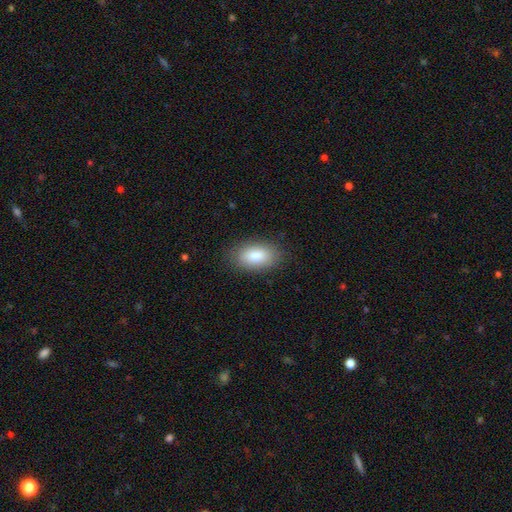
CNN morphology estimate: smooth-or-featured: smooth: 85% | featured or disk: 9% | star or artifact: 7%
  how-rounded: in between: 93% | round: 5% | cigar-shaped: 2%
  merging: none: 85% | minor disturbance: 11% | major disturbance: 3% | merger: 1%